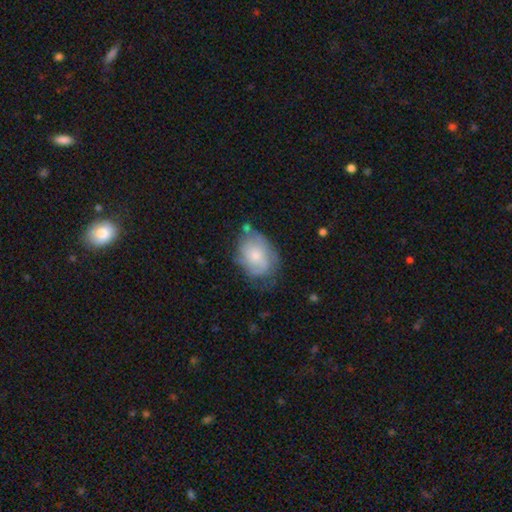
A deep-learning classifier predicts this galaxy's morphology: smooth-or-featured: smooth: 50% | featured or disk: 43% | star or artifact: 7%
  merging: none: 52% | minor disturbance: 31% | major disturbance: 13% | merger: 4%